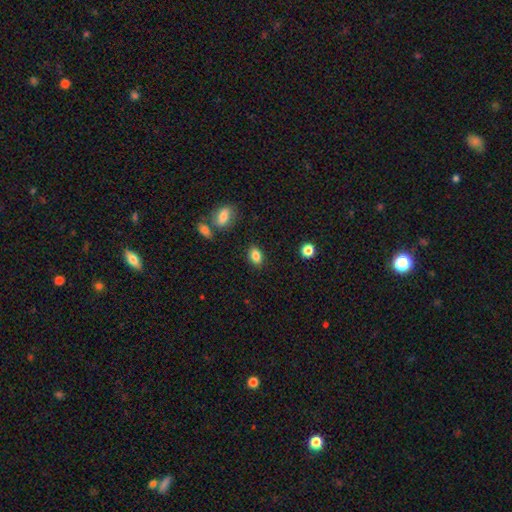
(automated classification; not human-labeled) Q: Smooth or featured?
A: smooth (85%); runner-up: star or artifact (9%)
Q: How rounded?
A: in between (83%); runner-up: round (15%)
Q: Merging?
A: none (85%); runner-up: minor disturbance (10%)